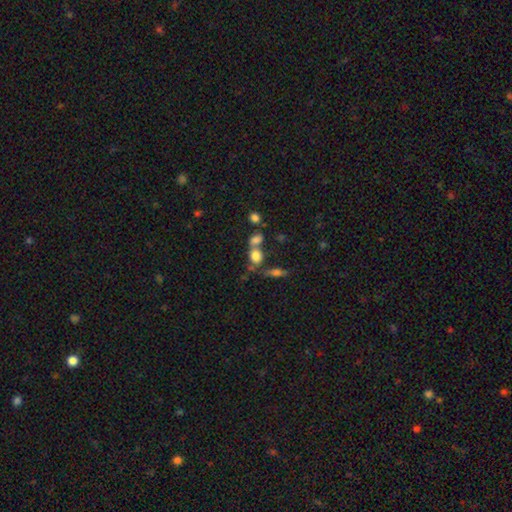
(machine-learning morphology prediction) Smooth or featured? smooth (76%)
How rounded? round (54%)
Merging? merger (43%)